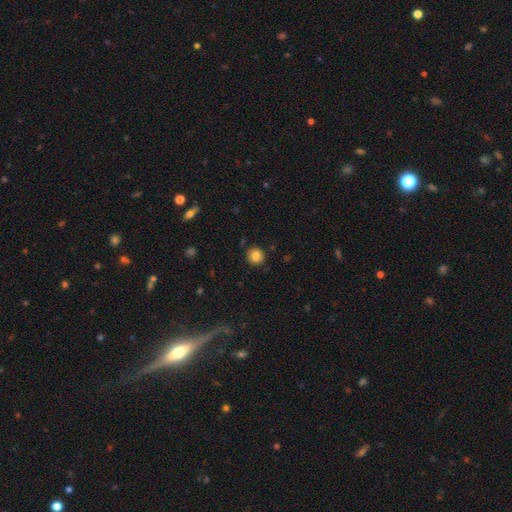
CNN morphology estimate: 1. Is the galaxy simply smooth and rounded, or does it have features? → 83% smooth, 10% star or artifact, 7% featured or disk.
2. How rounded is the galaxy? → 93% round, 6% in between, 1% cigar-shaped.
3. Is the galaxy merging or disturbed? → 90% none, 7% minor disturbance, 2% major disturbance, 1% merger.